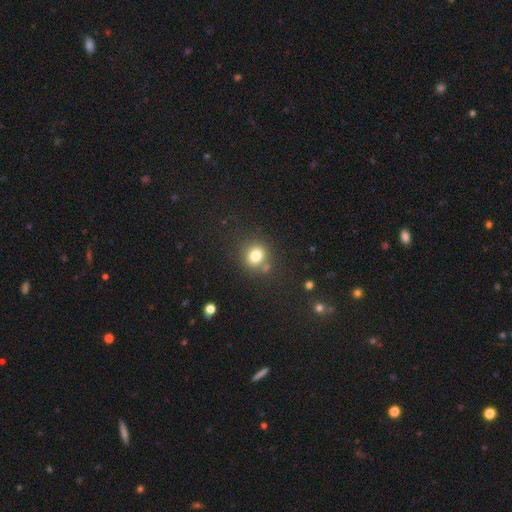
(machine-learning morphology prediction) Smooth or featured? smooth (79%)
How rounded? round (77%)
Merging? none (70%)